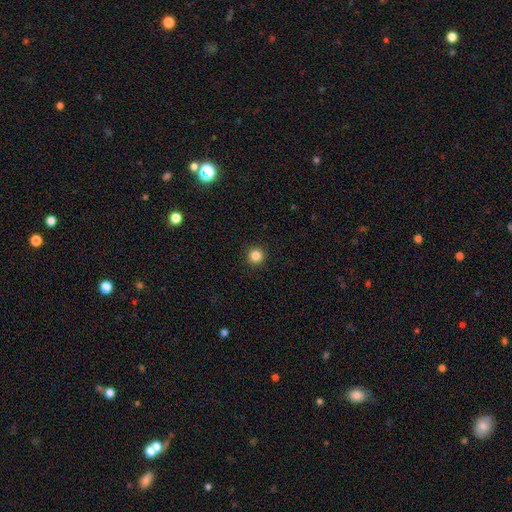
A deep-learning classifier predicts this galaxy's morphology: Overall: smooth (85%). How rounded: round (95%). Merging: none (93%).